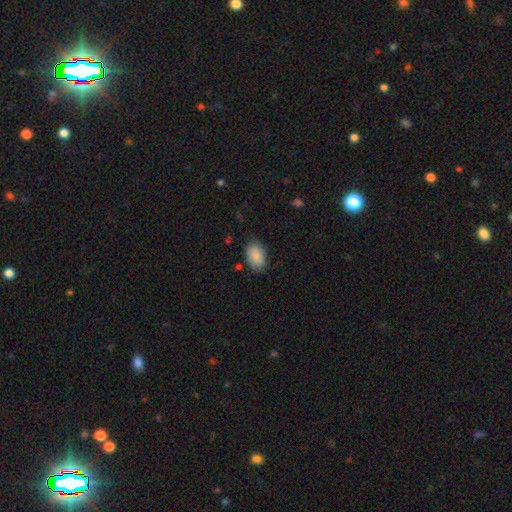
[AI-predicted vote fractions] smooth 88%, star or artifact 7%, featured or disk 6%. Down the decision tree: how rounded — in between (88%); merging — none (79%).